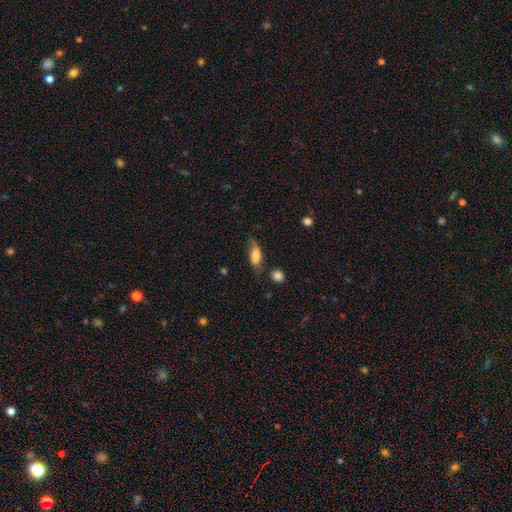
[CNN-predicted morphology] type=smooth (76%); roundness=in between (82%); merging=none (56%).